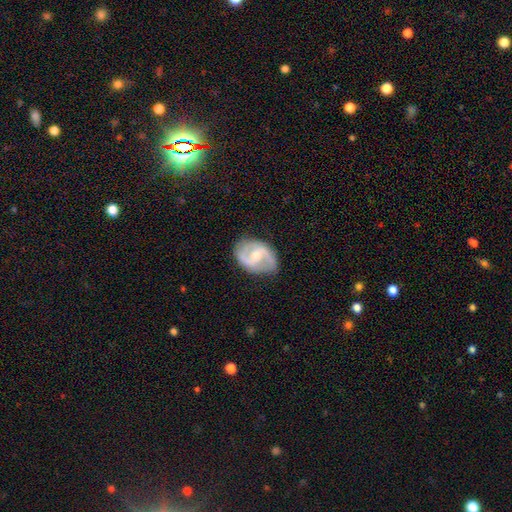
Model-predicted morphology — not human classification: Smooth or featured? Predicted: featured or disk (p=0.83). Edge-on disk? Predicted: no (p=0.97). Bar? Predicted: weak (p=0.51). Spiral arms? Predicted: yes (p=0.93). Spiral winding? Predicted: medium (p=0.52). Spiral arm count? Predicted: 2 (p=0.89). Bulge size? Predicted: moderate (p=0.63). Merging? Predicted: none (p=0.75).